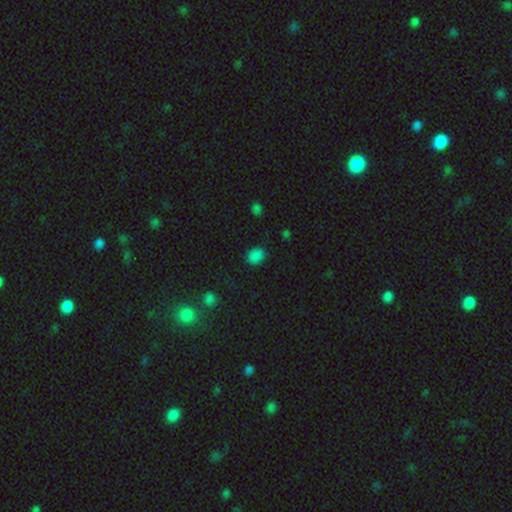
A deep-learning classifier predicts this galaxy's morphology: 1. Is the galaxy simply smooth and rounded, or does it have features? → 82% smooth, 14% star or artifact, 3% featured or disk.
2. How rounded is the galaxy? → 54% in between, 45% round, 1% cigar-shaped.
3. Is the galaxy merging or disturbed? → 84% none, 11% minor disturbance, 3% major disturbance, 1% merger.